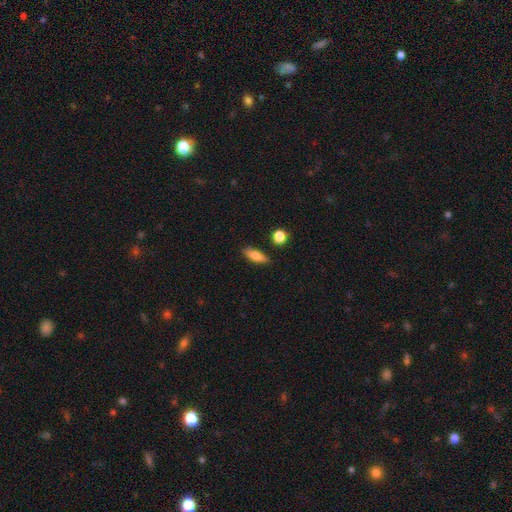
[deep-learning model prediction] The model was most divided on "how rounded": in between: 55%, cigar-shaped: 41%, round: 4%. More confident: merging — none (83%); smooth or featured — smooth (76%).